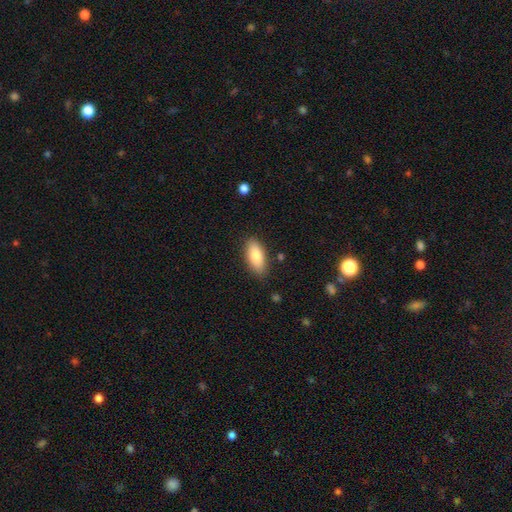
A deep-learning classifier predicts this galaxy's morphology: smooth 83%, featured or disk 11%, star or artifact 6%. Down the decision tree: how rounded — in between (86%); merging — none (85%).